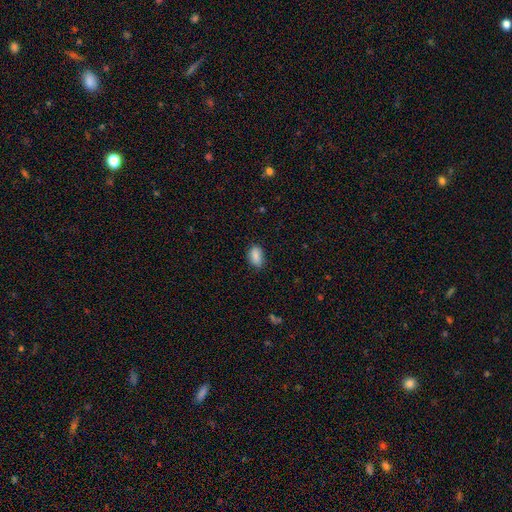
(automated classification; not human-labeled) This is clearly a smooth galaxy (87%). How rounded: clearly in between (89%). Merging: likely none (78%).